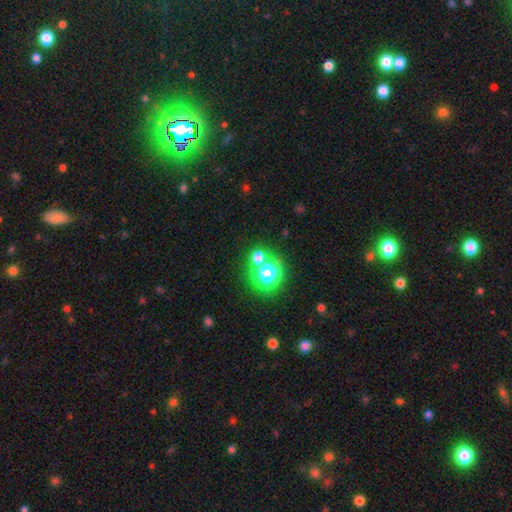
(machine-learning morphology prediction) type=star or artifact (55%).